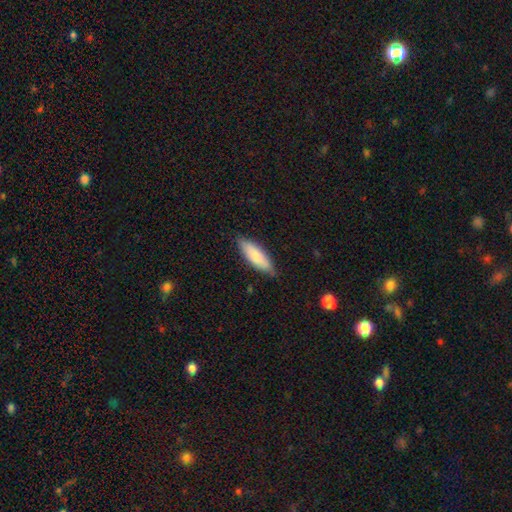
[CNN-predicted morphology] The model was most divided on "how rounded": in between: 55%, cigar-shaped: 43%, round: 2%. More confident: merging — none (81%); smooth or featured — smooth (77%).